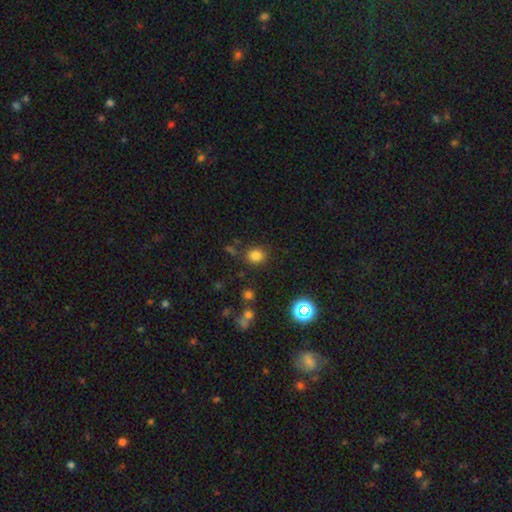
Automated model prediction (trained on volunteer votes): Overall: smooth (78%). How rounded: round (75%). Merging: none (81%).